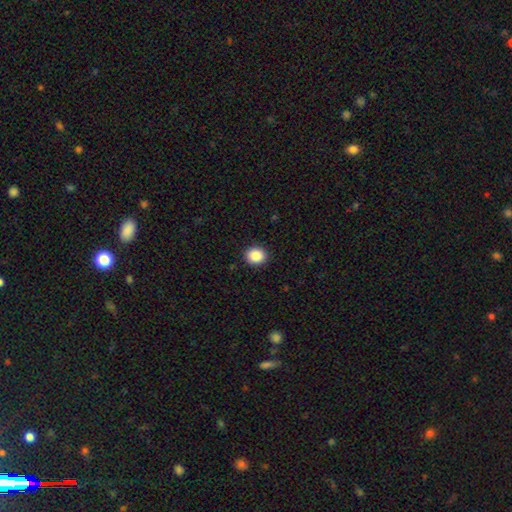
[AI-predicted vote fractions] Smooth or featured? Predicted: smooth (p=0.88). How rounded? Predicted: round (p=0.79). Merging? Predicted: none (p=0.91).